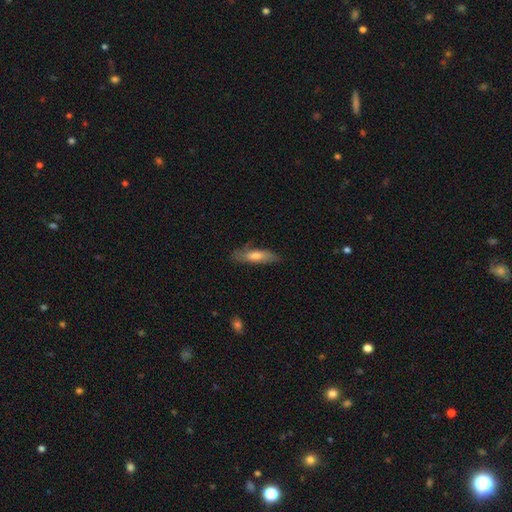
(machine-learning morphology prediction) Smooth or featured?
  - smooth: 59% *
  - featured or disk: 34%
  - star or artifact: 6%
How rounded?
  - cigar-shaped: 62% *
  - in between: 36%
  - round: 2%
Merging?
  - none: 75% *
  - minor disturbance: 20%
  - major disturbance: 4%
  - merger: 1%